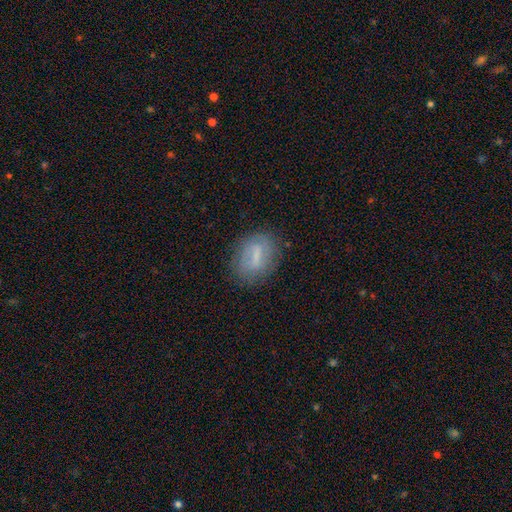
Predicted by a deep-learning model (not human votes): Smooth or featured?
  - smooth: 52% *
  - featured or disk: 39%
  - star or artifact: 9%
How rounded?
  - in between: 70% *
  - round: 23%
  - cigar-shaped: 7%
Merging?
  - none: 76% *
  - minor disturbance: 17%
  - major disturbance: 6%
  - merger: 2%